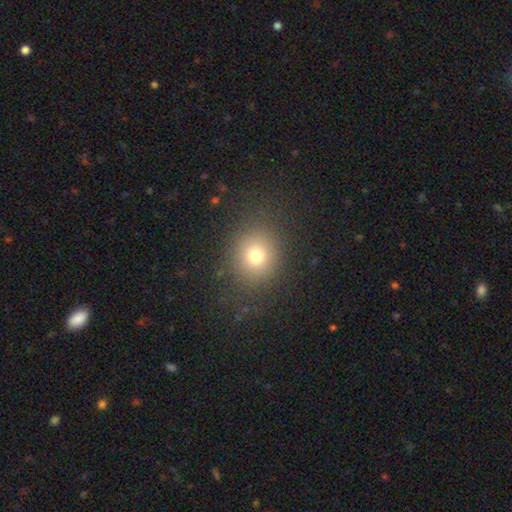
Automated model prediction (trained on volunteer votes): Smooth or featured?
  - smooth: 74% *
  - star or artifact: 16%
  - featured or disk: 10%
How rounded?
  - round: 78% *
  - in between: 21%
  - cigar-shaped: 1%
Merging?
  - none: 84% *
  - minor disturbance: 9%
  - major disturbance: 5%
  - merger: 1%